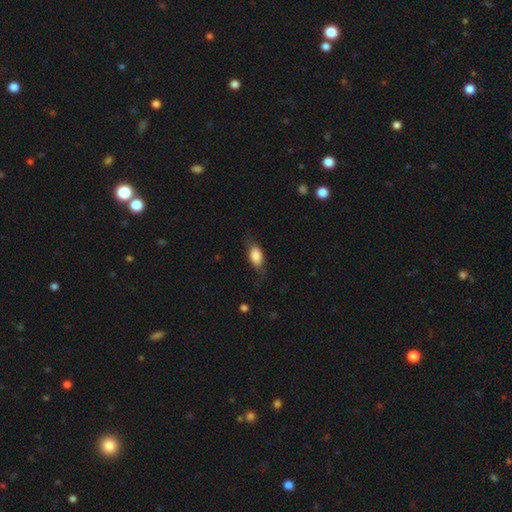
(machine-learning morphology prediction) This appears to be a smooth galaxy with no disk features (80%) that is in between round and cigar-shaped (86%). Merging: none (64%).